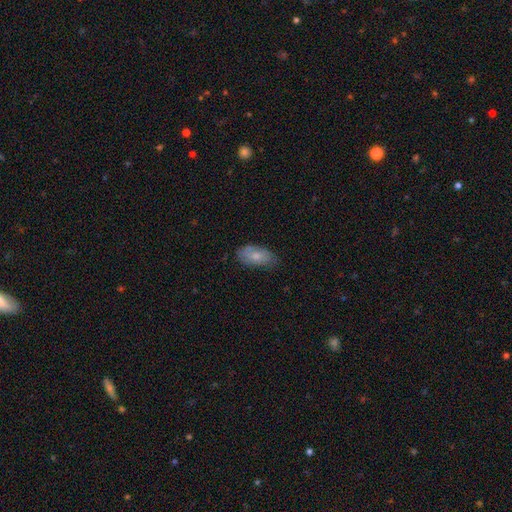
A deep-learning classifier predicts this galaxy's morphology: Smooth or featured? Predicted: smooth (p=0.66). How rounded? Predicted: in between (p=0.93). Merging? Predicted: none (p=0.68).